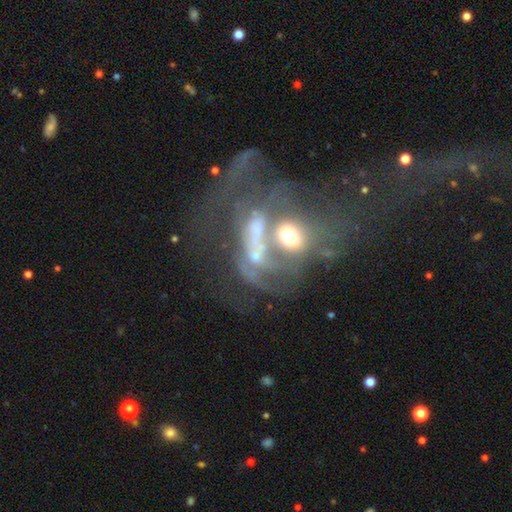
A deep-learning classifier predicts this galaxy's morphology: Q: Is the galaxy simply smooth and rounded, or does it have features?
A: featured or disk — 55%.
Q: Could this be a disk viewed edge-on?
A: no — 95%.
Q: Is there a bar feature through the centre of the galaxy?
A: no — 80%.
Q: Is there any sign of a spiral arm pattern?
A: no — 70%.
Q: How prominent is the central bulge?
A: moderate — 44%.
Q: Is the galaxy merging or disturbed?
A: merger — 56%.